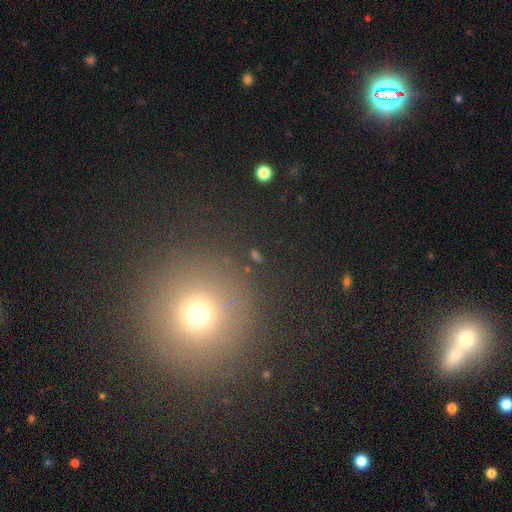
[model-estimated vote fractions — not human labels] Smooth or featured: smooth — 63% (star or artifact — 28%)
How rounded: round — 95% (in between — 4%)
Merging: none — 89% (minor disturbance — 6%)